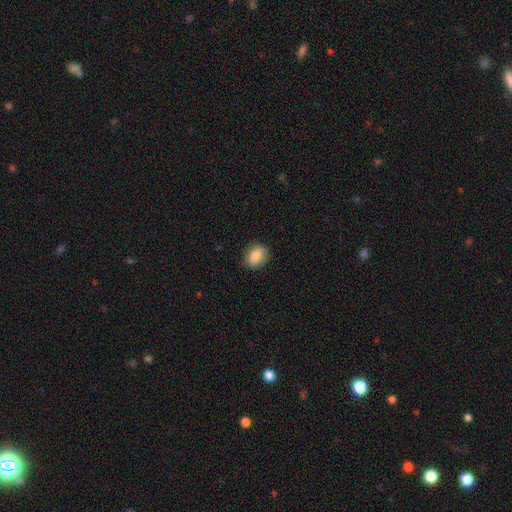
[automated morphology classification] The model was most divided on "how rounded": in between: 64%, round: 34%, cigar-shaped: 2%. More confident: merging — none (85%); smooth or featured — smooth (84%).